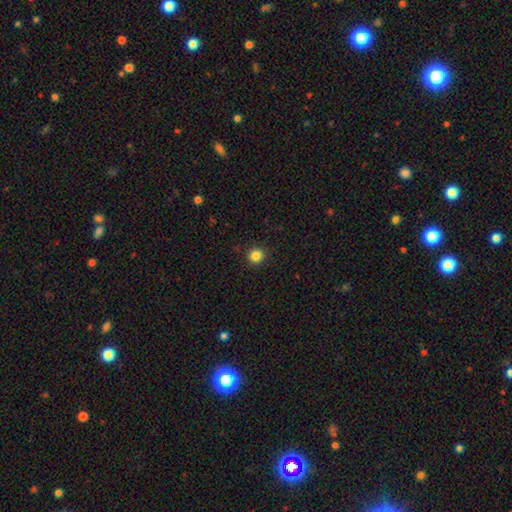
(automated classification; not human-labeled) Q: Smooth or featured?
A: smooth (85%); runner-up: star or artifact (11%)
Q: How rounded?
A: round (94%); runner-up: in between (5%)
Q: Merging?
A: none (93%); runner-up: minor disturbance (5%)